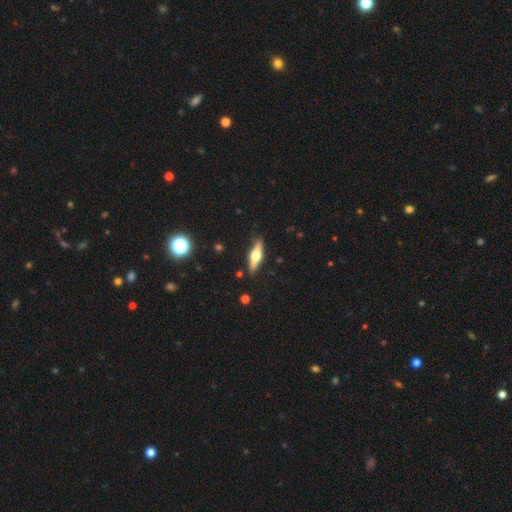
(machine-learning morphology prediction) Overall: featured or disk (57%; smooth 37%). Edge-on disk: yes (93%). Edge-on bulge: rounded (94%). Merging: none (87%).